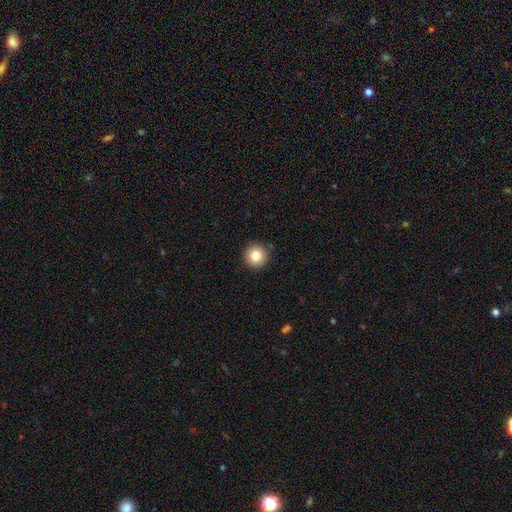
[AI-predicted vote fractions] The model was most divided on "smooth or featured": smooth: 82%, star or artifact: 10%, featured or disk: 8%. More confident: how rounded — round (96%); merging — none (91%).